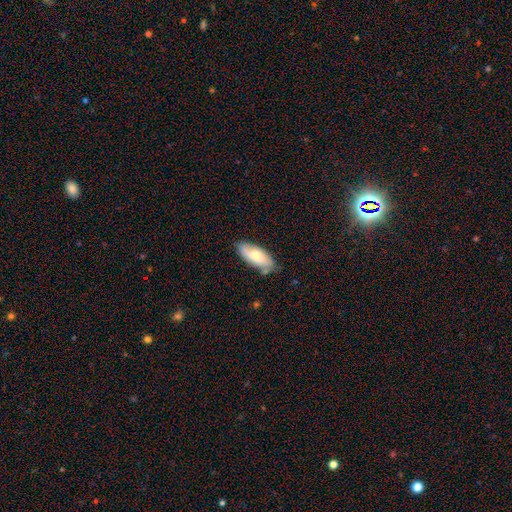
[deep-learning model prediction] The model was most divided on "smooth or featured": smooth: 65%, featured or disk: 29%, star or artifact: 6%. More confident: how rounded — in between (84%); merging — none (74%).